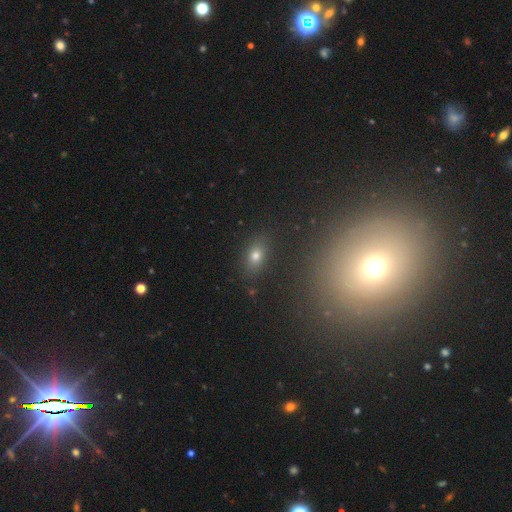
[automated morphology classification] The model was most divided on "smooth or featured": smooth: 71%, star or artifact: 17%, featured or disk: 11%. More confident: merging — none (85%); how rounded — in between (79%).